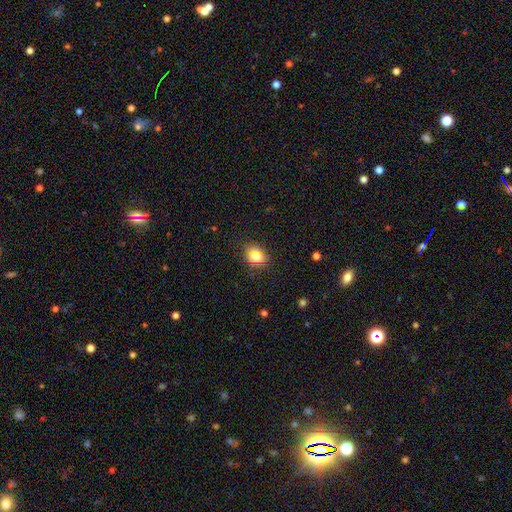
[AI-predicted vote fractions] Morphology: type=smooth (77%); roundness=round (55%); merging=none (81%).